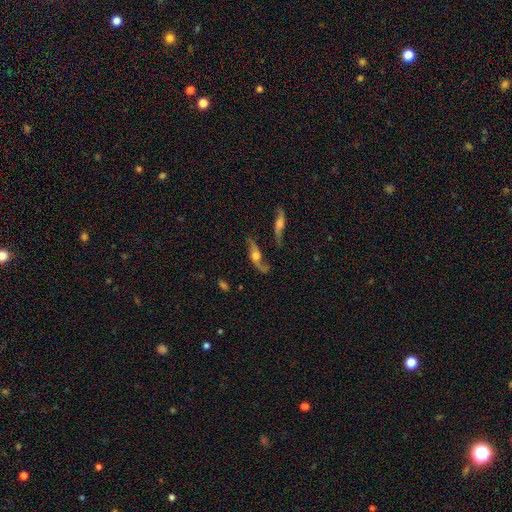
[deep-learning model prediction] This appears to be a featured or disk galaxy (72%). Merging: none (56%).